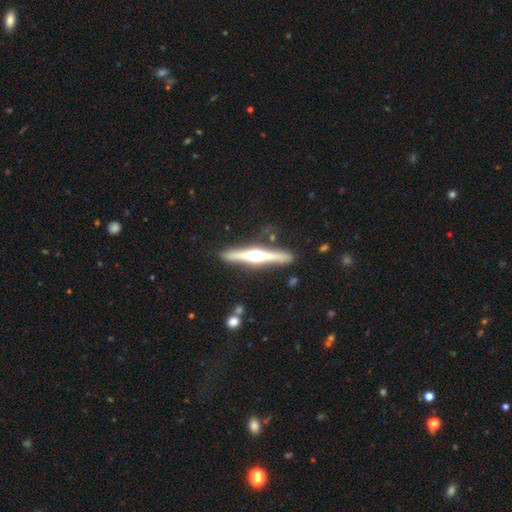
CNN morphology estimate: Smooth or featured?
  - featured or disk: 79% *
  - smooth: 16%
  - star or artifact: 5%
Edge-on disk?
  - yes: 98% *
  - no: 2%
Edge-on bulge?
  - rounded: 94% *
  - boxy: 4%
  - none: 2%
Merging?
  - none: 89% *
  - minor disturbance: 7%
  - merger: 2%
  - major disturbance: 2%